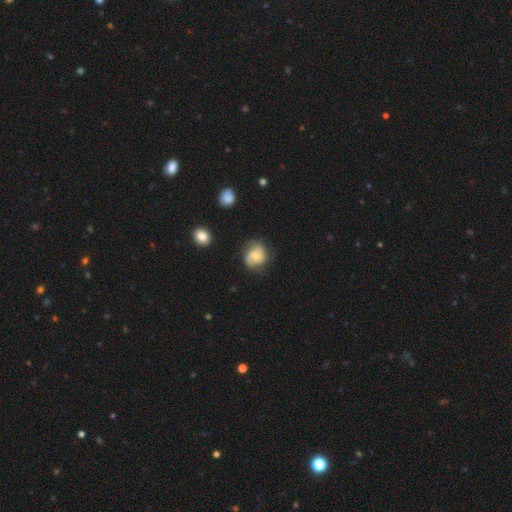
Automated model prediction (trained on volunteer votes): featured or disk 50%, smooth 43%, star or artifact 8%. Down the decision tree: merging — none (65%).